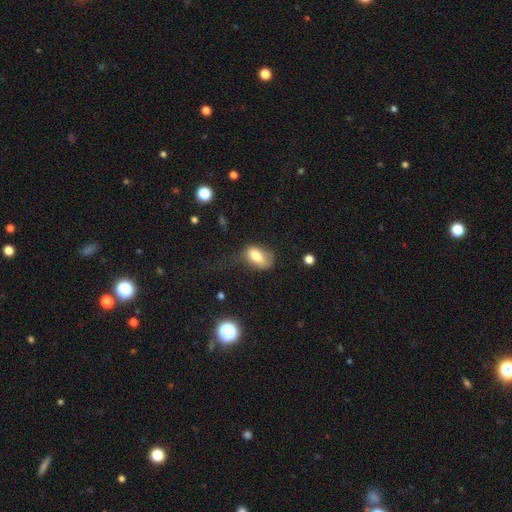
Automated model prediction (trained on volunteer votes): Smooth or featured? smooth (76%)
How rounded? in between (88%)
Merging? none (37%)